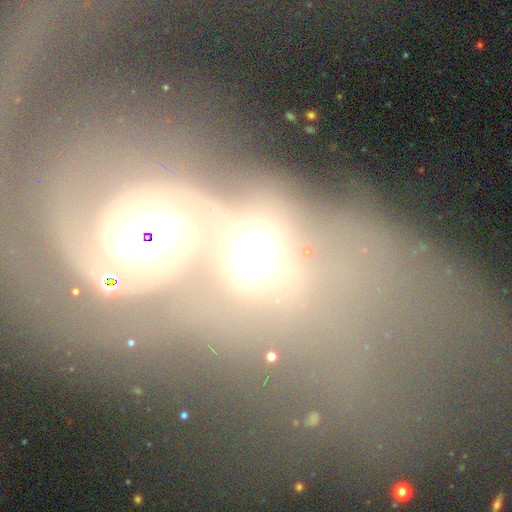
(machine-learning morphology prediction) This is possibly a featured or disk galaxy (51%). It is clearly not viewed edge-on (91%). Merging: likely merger (73%).